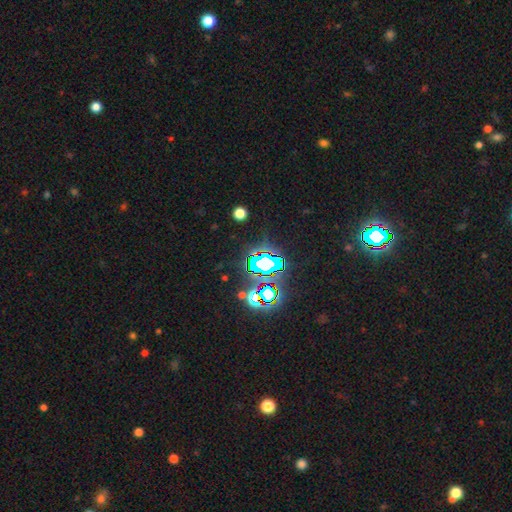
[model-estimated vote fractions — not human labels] A star or artifact, not a galaxy (73%).